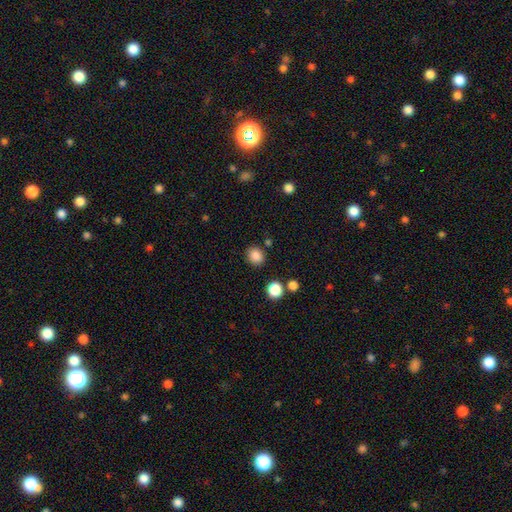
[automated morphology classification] Smooth or featured? Predicted: smooth (p=0.85). How rounded? Predicted: round (p=0.76). Merging? Predicted: none (p=0.84).